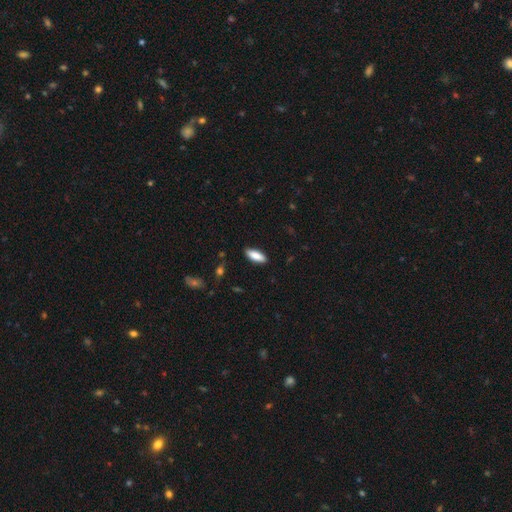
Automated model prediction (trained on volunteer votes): This appears to be a smooth galaxy with no disk features (85%) that is in between round and cigar-shaped (70%). Merging: none (87%).